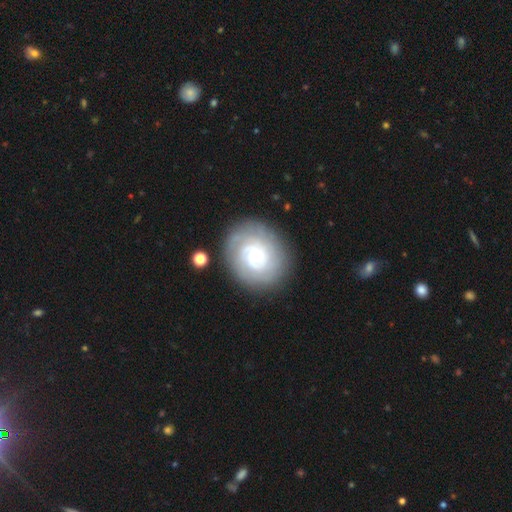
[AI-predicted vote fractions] Morphology: type=featured or disk (75%); edge-on=no (98%); bar=no (74%); spiral arms=yes (86%); winding=tight (75%); arm count=can't tell (40%); bulge=small (59%); merging=none (81%).